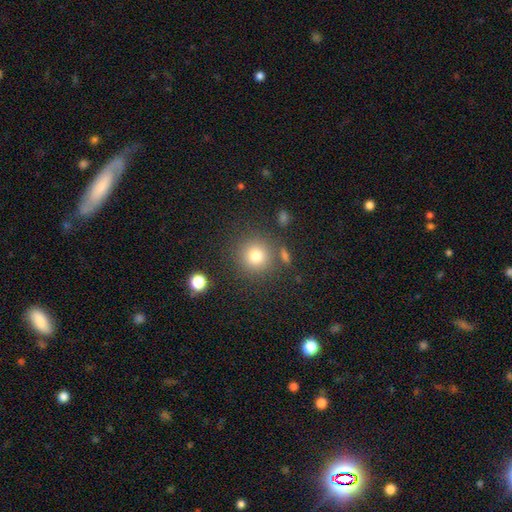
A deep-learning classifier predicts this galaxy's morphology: Overall: smooth (78%). How rounded: round (93%). Merging: none (83%).